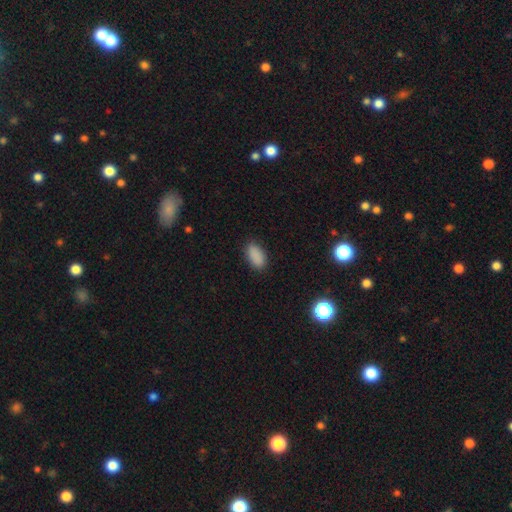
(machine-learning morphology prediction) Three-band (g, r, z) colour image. It shows a smooth galaxy with no disk features (89%) that is in between round and cigar-shaped (92%). Merging: none (85%).